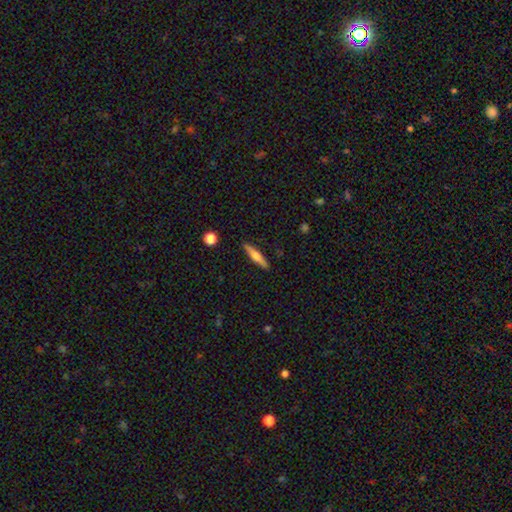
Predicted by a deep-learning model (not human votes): Morphology: type=smooth (48%); merging=none (90%).